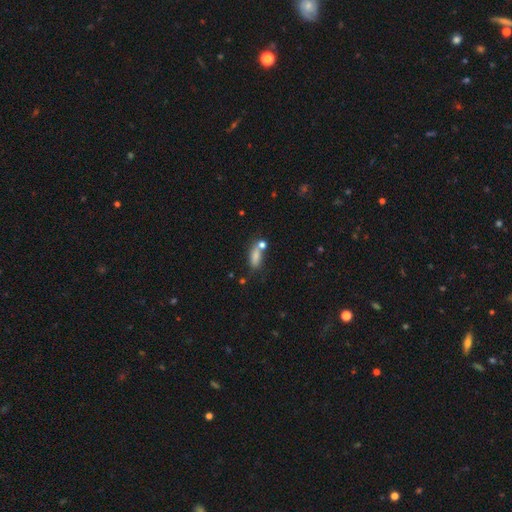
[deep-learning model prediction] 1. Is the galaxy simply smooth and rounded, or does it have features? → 79% smooth, 11% star or artifact, 10% featured or disk.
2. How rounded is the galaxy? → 68% in between, 26% cigar-shaped, 6% round.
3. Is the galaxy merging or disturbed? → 51% none, 26% merger, 16% minor disturbance, 7% major disturbance.